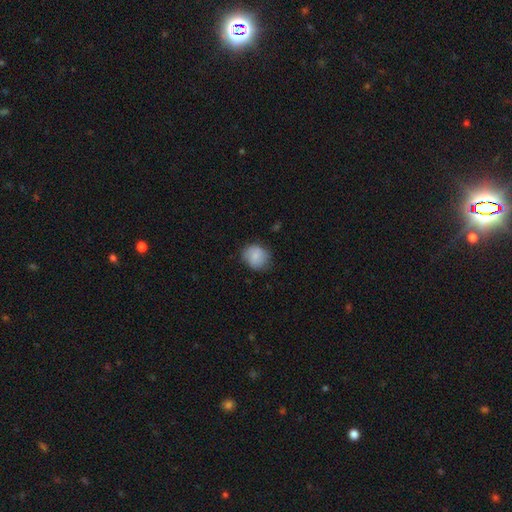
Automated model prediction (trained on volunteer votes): Q: Smooth or featured?
A: smooth (80%); runner-up: featured or disk (13%)
Q: How rounded?
A: round (77%); runner-up: in between (22%)
Q: Merging?
A: none (75%); runner-up: minor disturbance (19%)